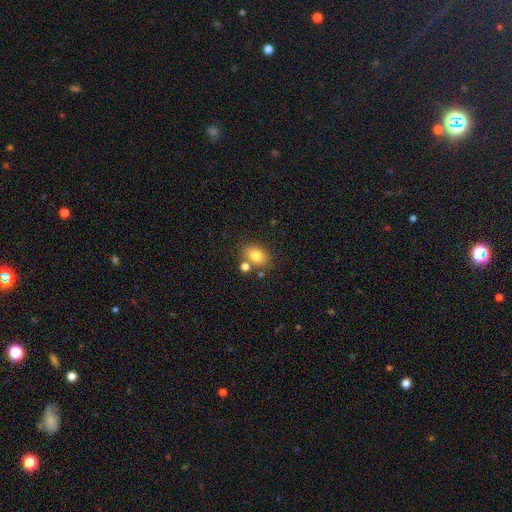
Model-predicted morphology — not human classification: A smooth galaxy with no disk features (80%) that is in between round and cigar-shaped (72%). Merging: none (69%).